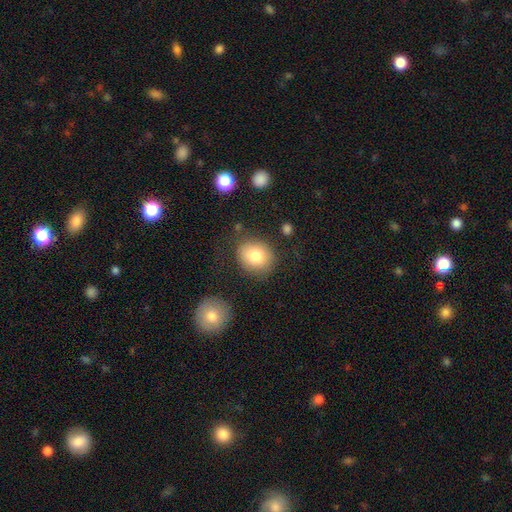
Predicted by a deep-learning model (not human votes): The model was most divided on "how rounded": round: 69%, in between: 30%, cigar-shaped: 1%. More confident: smooth or featured — smooth (81%); merging — none (77%).